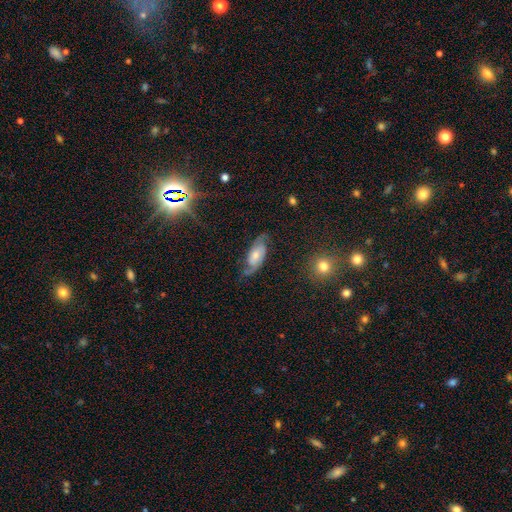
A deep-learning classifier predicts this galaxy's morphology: This is likely a featured or disk galaxy (72%). It is clearly not viewed edge-on (92%). Bar: possibly no (56%). Spiral arm pattern: clearly yes (93%). Spiral arm count: clearly 2 (86%). Spiral winding: possibly medium (45%). Central bulge: possibly moderate (46%). Merging: likely none (67%).